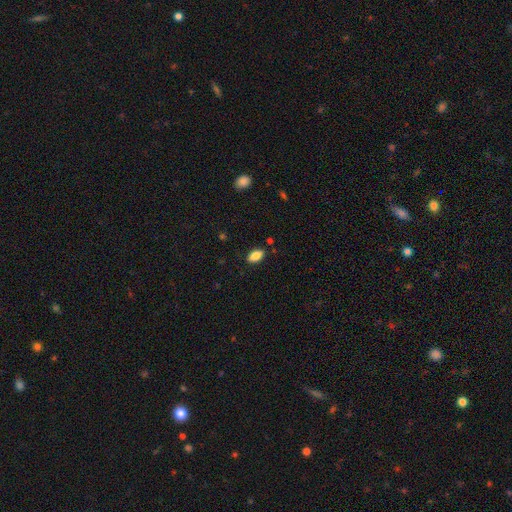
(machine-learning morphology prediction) smooth_or_featured: smooth (p=0.84) [alt: featured or disk p=0.08]
how_rounded: in between (p=0.91) [alt: cigar-shaped p=0.05]
merging: none (p=0.86) [alt: minor disturbance p=0.10]